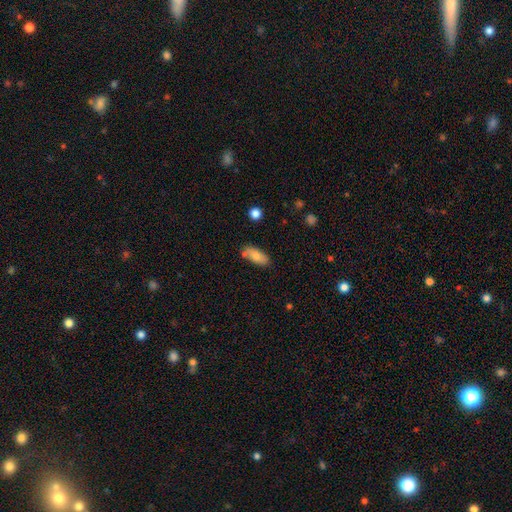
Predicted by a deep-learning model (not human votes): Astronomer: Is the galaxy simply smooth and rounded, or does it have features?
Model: smooth — 81%.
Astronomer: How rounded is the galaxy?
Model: in between — 79%.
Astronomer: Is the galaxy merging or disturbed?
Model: none — 70%.